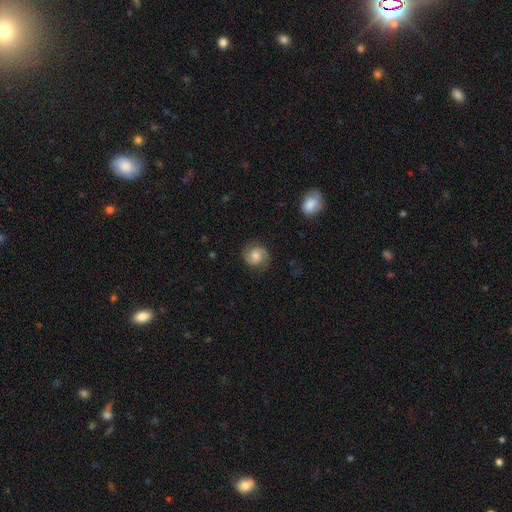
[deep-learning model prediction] This appears to be a featured or disk galaxy (60%) with no bar (54%), 2 (91%) medium (50%) spiral arms (94%) and a moderate central bulge (48%). Merging: none (83%).